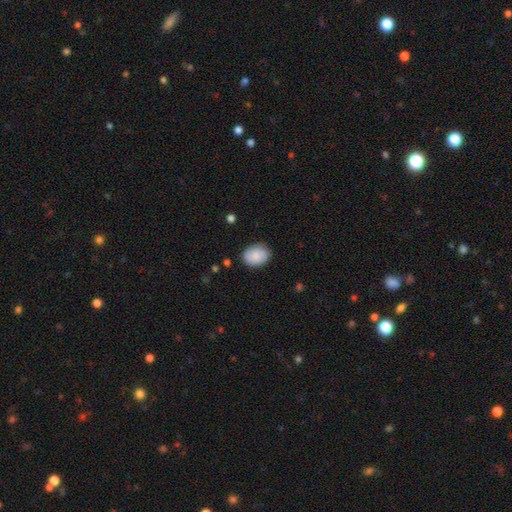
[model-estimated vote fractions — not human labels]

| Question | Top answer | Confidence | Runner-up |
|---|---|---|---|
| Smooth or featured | smooth | 79% | featured or disk (14%) |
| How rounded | in between | 70% | round (29%) |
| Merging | none | 82% | minor disturbance (14%) |